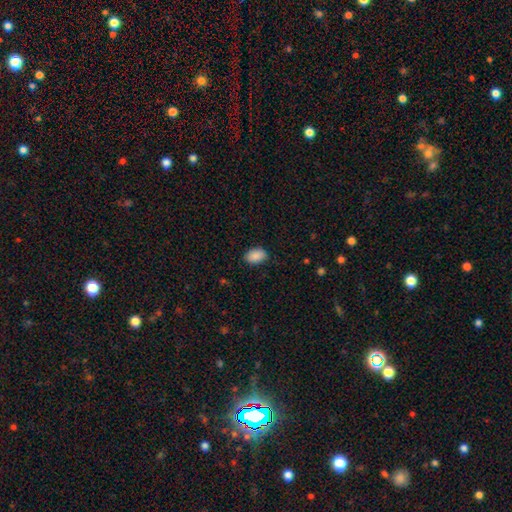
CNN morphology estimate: type=smooth (90%); roundness=in between (88%); merging=none (85%).